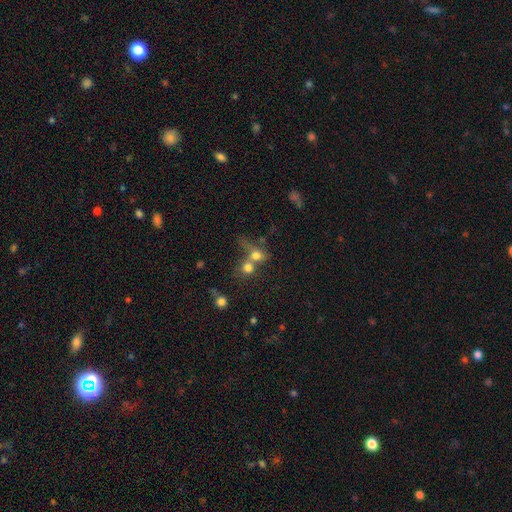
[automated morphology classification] Smooth or featured?
  - smooth: 69% *
  - featured or disk: 18%
  - star or artifact: 14%
How rounded?
  - round: 62% *
  - in between: 34%
  - cigar-shaped: 4%
Merging?
  - merger: 64% *
  - none: 21%
  - major disturbance: 8%
  - minor disturbance: 7%